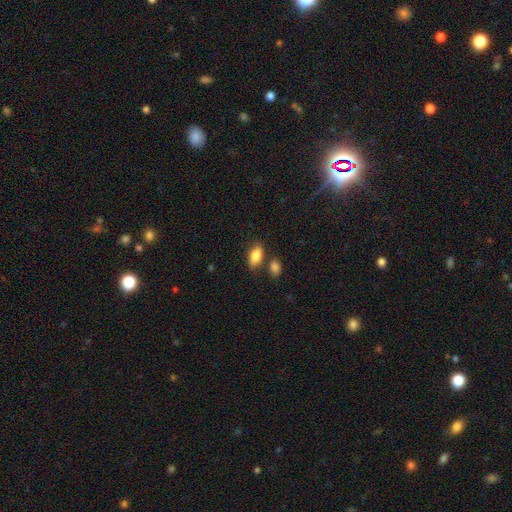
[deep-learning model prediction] A smooth galaxy with no disk features (84%) that is in between round and cigar-shaped (89%). Merging: none (74%).